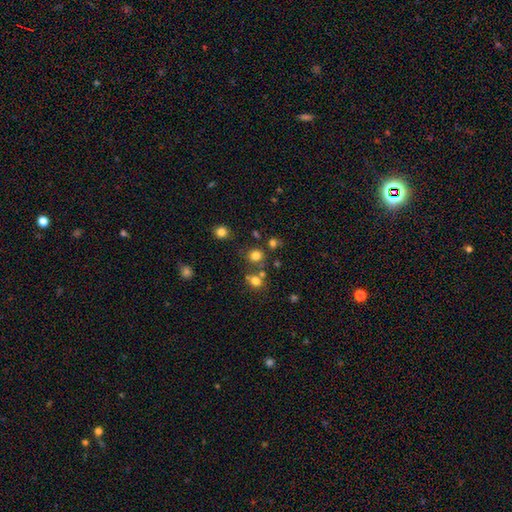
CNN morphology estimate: The model was most divided on "merging": none: 72%, merger: 15%, minor disturbance: 8%, major disturbance: 4%. More confident: how rounded — round (88%); smooth or featured — smooth (76%).